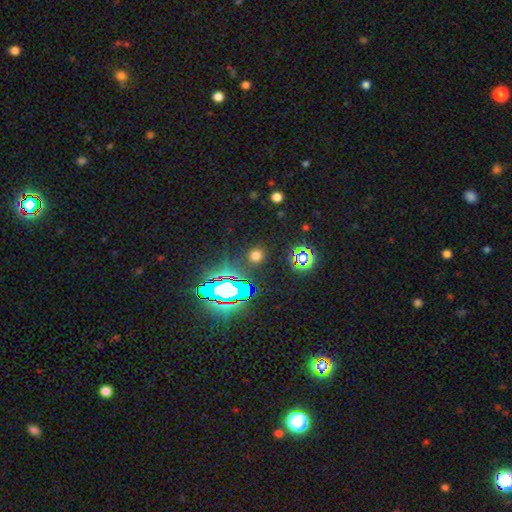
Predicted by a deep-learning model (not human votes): Morphology: type=smooth (58%); roundness=round (90%); merging=none (87%).